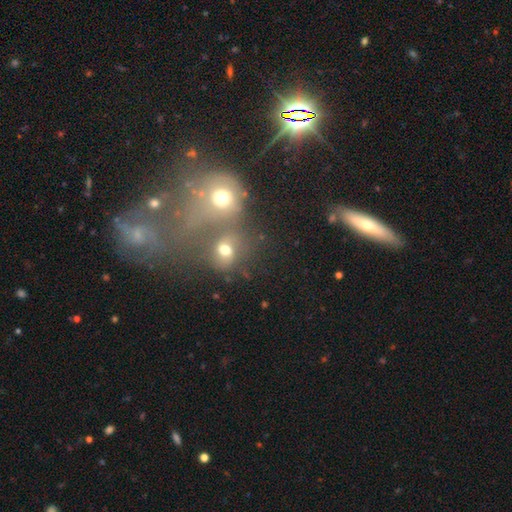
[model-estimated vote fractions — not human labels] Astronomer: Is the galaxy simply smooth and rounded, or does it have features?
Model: smooth — 43% (runner-up: star or artifact, 35%).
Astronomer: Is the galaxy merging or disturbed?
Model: none — 48% (runner-up: merger, 33%).